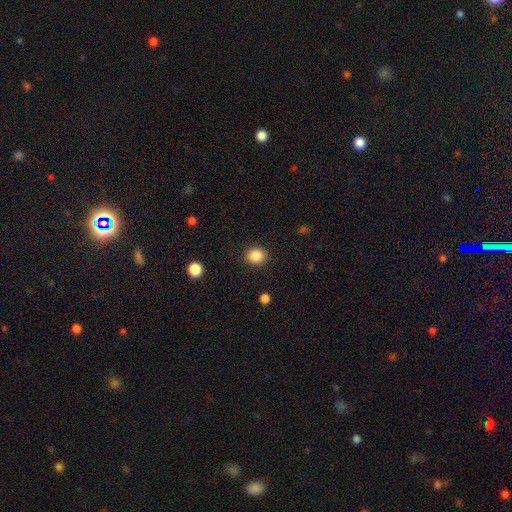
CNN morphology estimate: This is clearly a smooth galaxy (86%). How rounded: likely round (79%). Merging: clearly none (90%).